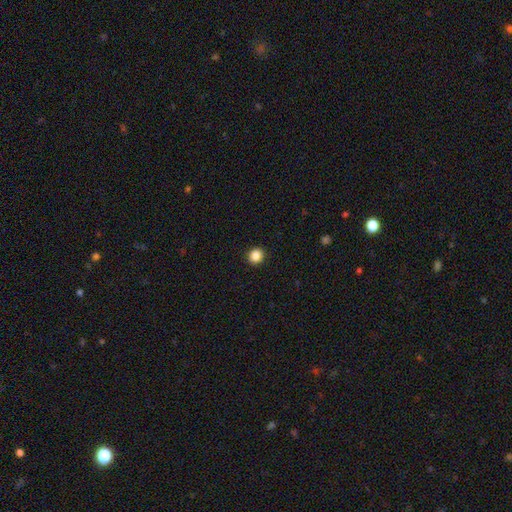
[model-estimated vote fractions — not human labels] Overall: smooth (87%). How rounded: round (88%). Merging: none (93%).